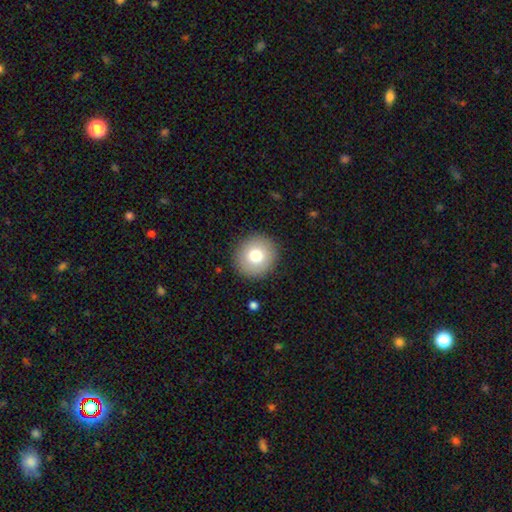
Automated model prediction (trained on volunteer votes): This is likely a smooth galaxy (76%). How rounded: clearly round (92%). Merging: clearly none (91%).